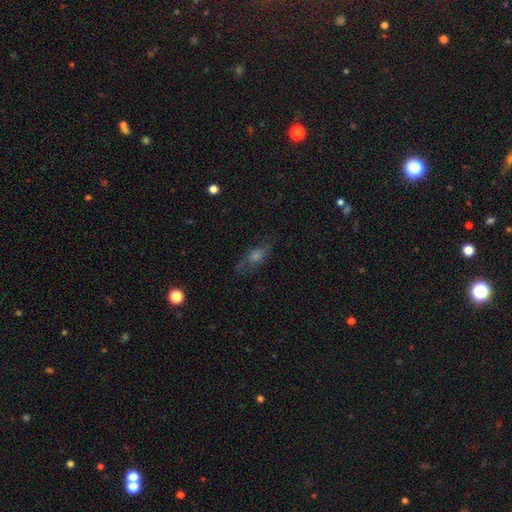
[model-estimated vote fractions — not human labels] smooth-or-featured: featured or disk: 41% | smooth: 36% | star or artifact: 23%
  merging: none: 70% | minor disturbance: 18% | major disturbance: 11% | merger: 2%